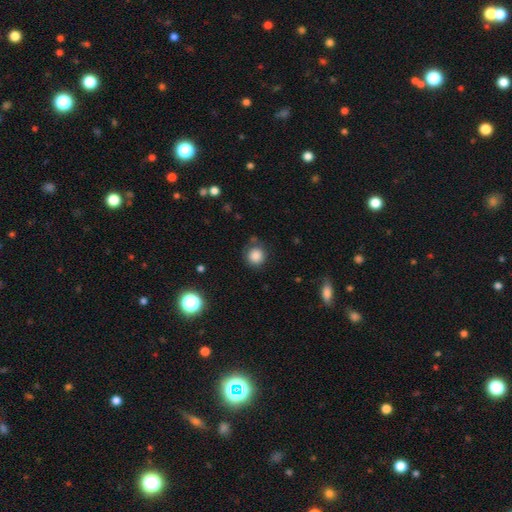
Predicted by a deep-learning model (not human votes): The model was most divided on "merging": none: 76%, minor disturbance: 16%, major disturbance: 5%, merger: 3%. More confident: how rounded — round (89%); smooth or featured — smooth (85%).